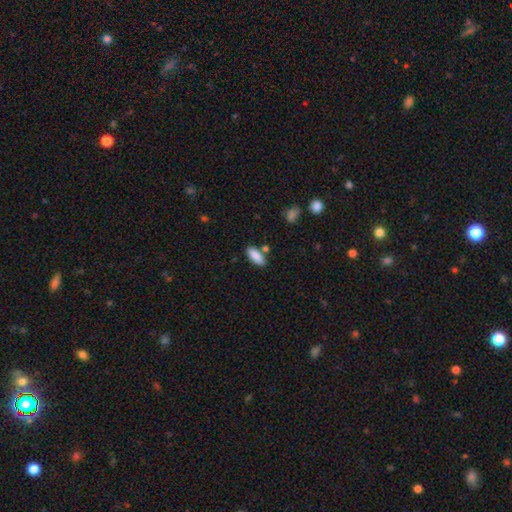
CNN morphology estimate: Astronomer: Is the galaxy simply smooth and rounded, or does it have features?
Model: smooth — 88%.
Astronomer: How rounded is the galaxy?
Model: in between — 77%.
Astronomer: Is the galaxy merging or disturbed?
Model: none — 79%.